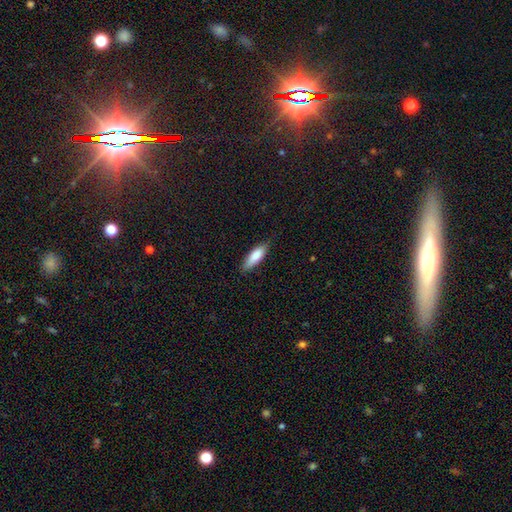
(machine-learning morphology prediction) A smooth galaxy with no disk features (81%) that is cigar-shaped (52%). Merging: none (81%).